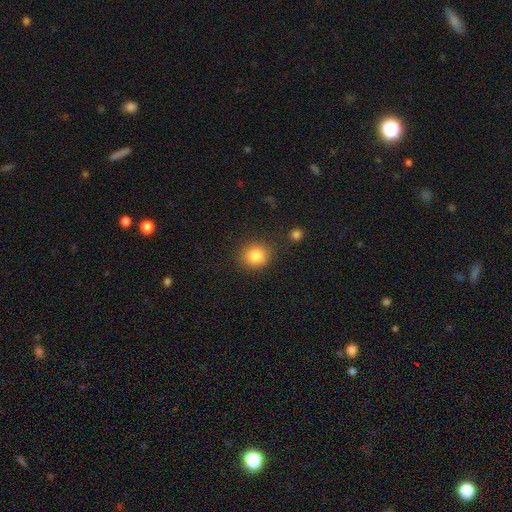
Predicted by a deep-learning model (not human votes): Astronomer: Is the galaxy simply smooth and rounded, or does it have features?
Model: smooth — 84%.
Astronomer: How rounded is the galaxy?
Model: round — 82%.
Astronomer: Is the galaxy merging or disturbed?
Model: none — 85%.